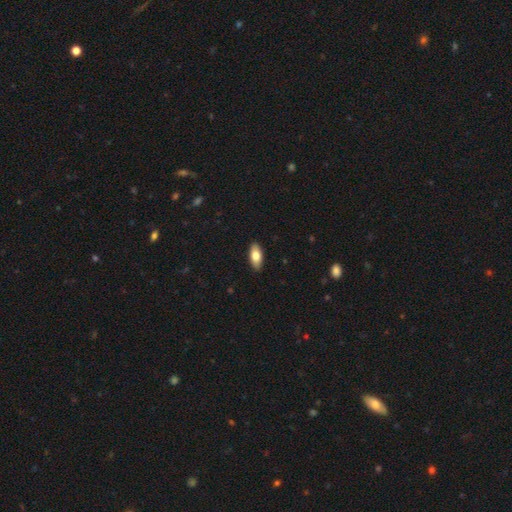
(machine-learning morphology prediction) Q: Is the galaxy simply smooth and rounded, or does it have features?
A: smooth — 78%.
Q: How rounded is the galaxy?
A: in between — 86%.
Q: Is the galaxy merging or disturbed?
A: none — 90%.